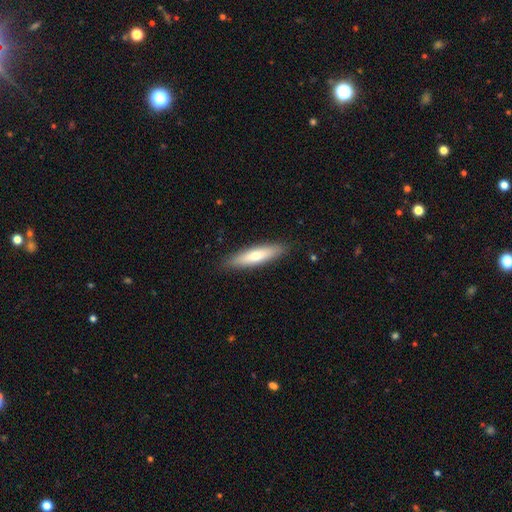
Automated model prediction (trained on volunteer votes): Overall: smooth (64%; featured or disk 30%). How rounded: cigar-shaped (74%). Merging: none (89%).